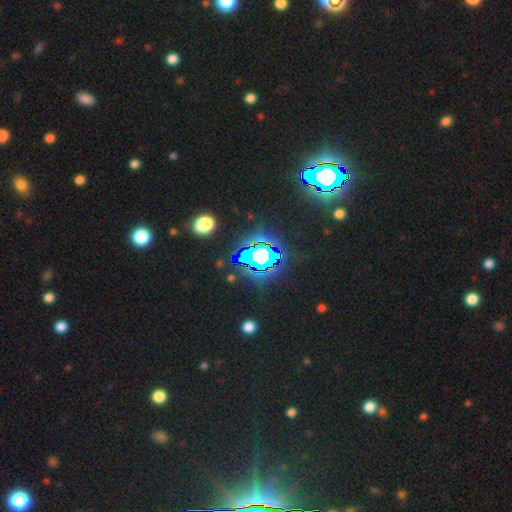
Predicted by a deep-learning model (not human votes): The model was most divided on "smooth or featured": star or artifact: 69%, smooth: 17%, featured or disk: 15%.